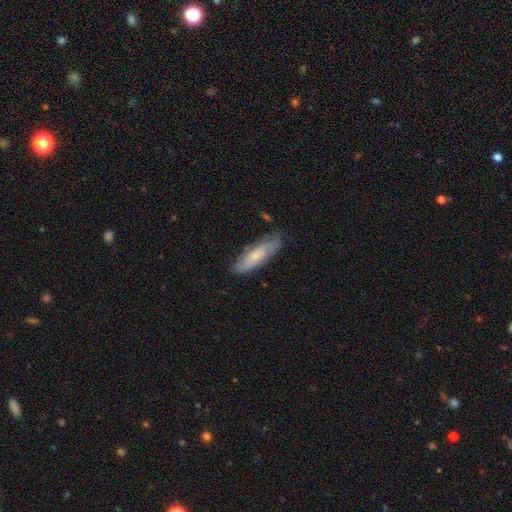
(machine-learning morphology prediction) A smooth galaxy with no disk features (49%).

Vote fractions:
- Smooth or featured? smooth: 49% / featured or disk: 45% / star or artifact: 6%
- Merging? none: 73% / minor disturbance: 20% / major disturbance: 4% / merger: 2%